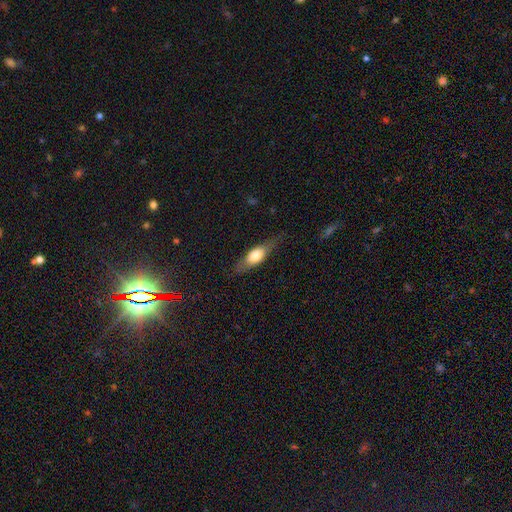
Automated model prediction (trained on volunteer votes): smooth_or_featured: smooth (p=0.59) [alt: featured or disk p=0.34]
how_rounded: in between (p=0.61) [alt: cigar-shaped p=0.35]
merging: none (p=0.72) [alt: minor disturbance p=0.20]